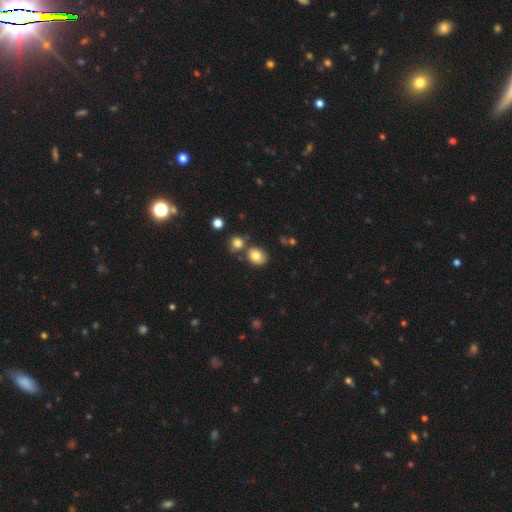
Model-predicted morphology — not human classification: smooth 80%, star or artifact 11%, featured or disk 9%. Down the decision tree: how rounded — round (53%); merging — none (65%).